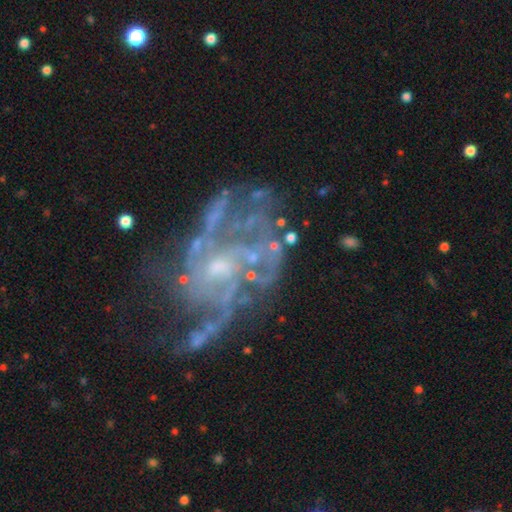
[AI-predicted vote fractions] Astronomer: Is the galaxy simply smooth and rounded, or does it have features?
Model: featured or disk — 82%.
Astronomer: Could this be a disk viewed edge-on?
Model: no — 97%.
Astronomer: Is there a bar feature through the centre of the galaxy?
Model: no — 61%.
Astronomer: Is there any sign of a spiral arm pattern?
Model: yes — 82%.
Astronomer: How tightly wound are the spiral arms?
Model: medium — 41% (runner-up: tight, 35%).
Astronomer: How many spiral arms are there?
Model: can't tell — 32% (runner-up: 2, 19%).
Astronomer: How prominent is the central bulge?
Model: small — 47% (runner-up: moderate, 29%).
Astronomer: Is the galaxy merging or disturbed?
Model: none — 41% (runner-up: major disturbance, 30%).